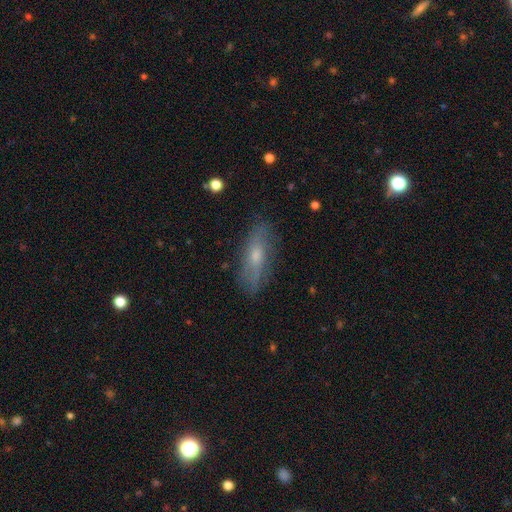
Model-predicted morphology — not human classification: Q: Smooth or featured?
A: smooth (46%); runner-up: featured or disk (45%)
Q: Merging?
A: none (79%); runner-up: minor disturbance (15%)